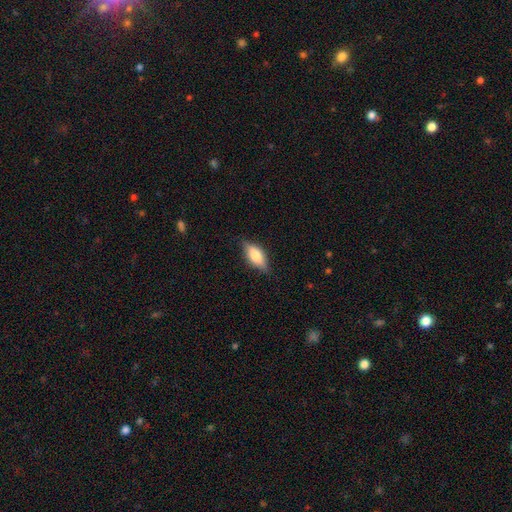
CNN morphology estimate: Smooth or featured: smooth — 62% (featured or disk — 31%)
How rounded: in between — 78% (cigar-shaped — 19%)
Merging: none — 80% (minor disturbance — 15%)